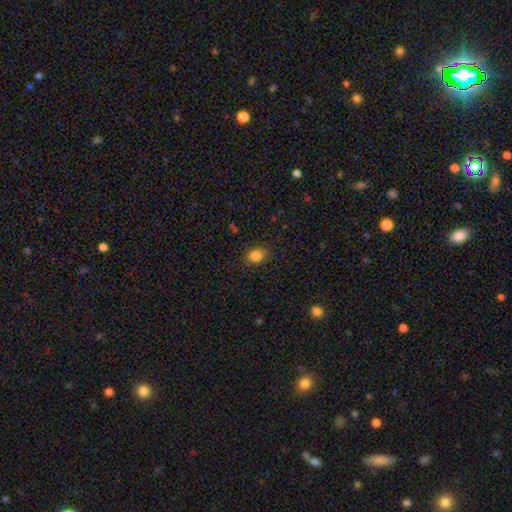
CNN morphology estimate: Q: Smooth or featured?
A: smooth (85%); runner-up: star or artifact (10%)
Q: How rounded?
A: in between (61%); runner-up: round (38%)
Q: Merging?
A: none (83%); runner-up: minor disturbance (13%)